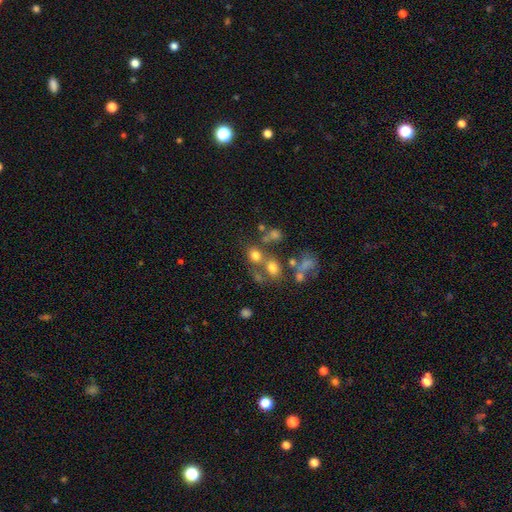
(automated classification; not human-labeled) smooth-or-featured: smooth: 69% | star or artifact: 18% | featured or disk: 13%
  how-rounded: round: 67% | in between: 32% | cigar-shaped: 1%
  merging: none: 50% | merger: 33% | minor disturbance: 10% | major disturbance: 7%